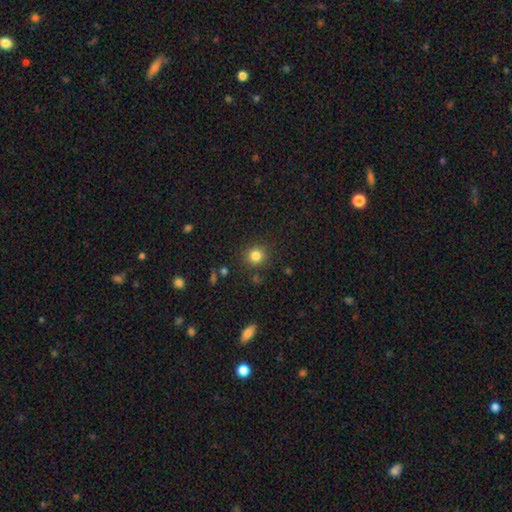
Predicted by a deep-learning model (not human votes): A smooth galaxy with no disk features (83%) that is round (89%). Merging: none (87%).